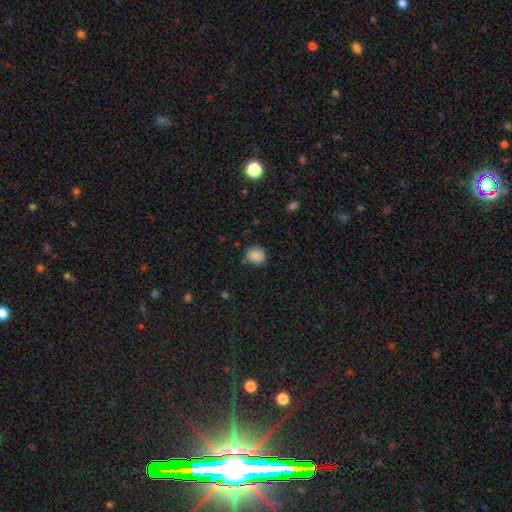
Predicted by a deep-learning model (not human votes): Smooth or featured? smooth (86%)
How rounded? round (74%)
Merging? none (72%)